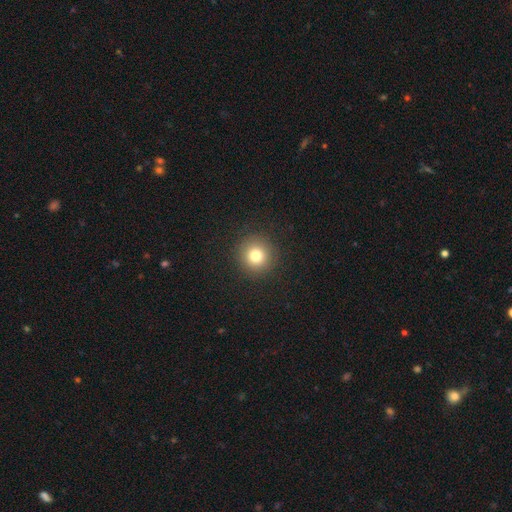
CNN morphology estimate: This is likely a smooth galaxy (78%). How rounded: clearly round (94%). Merging: clearly none (91%).